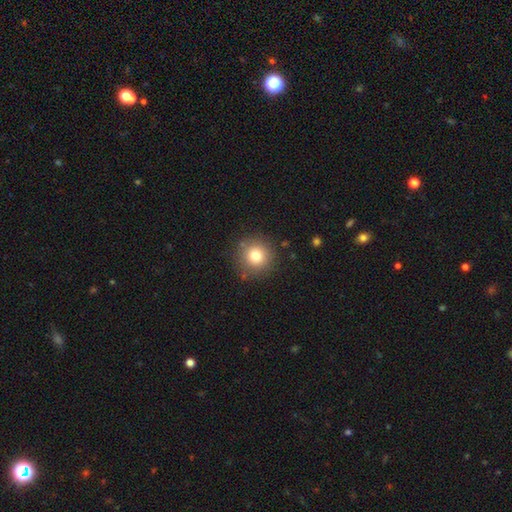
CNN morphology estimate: smooth-or-featured: smooth: 79% | star or artifact: 12% | featured or disk: 9%
  how-rounded: round: 95% | in between: 4% | cigar-shaped: 1%
  merging: none: 87% | minor disturbance: 8% | major disturbance: 3% | merger: 2%